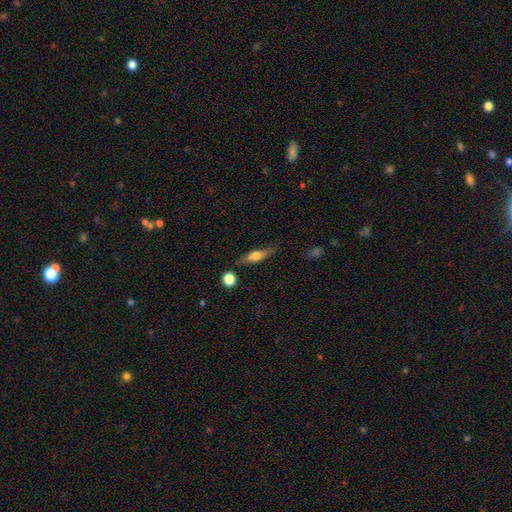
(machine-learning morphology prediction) Smooth or featured: smooth — 52% (featured or disk — 41%)
How rounded: cigar-shaped — 63% (in between — 33%)
Merging: none — 76% (minor disturbance — 16%)